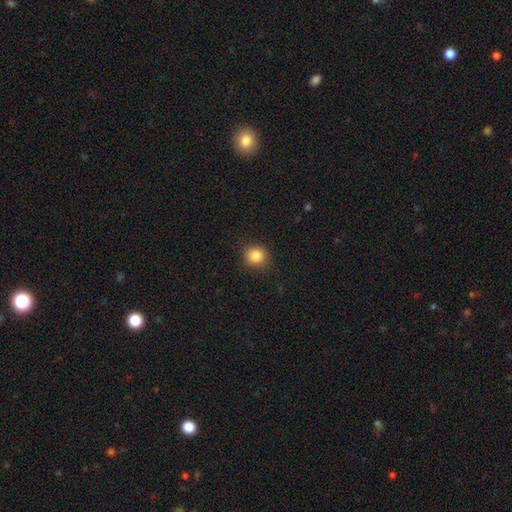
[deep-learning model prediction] Smooth or featured? Predicted: smooth (p=0.85). How rounded? Predicted: round (p=0.86). Merging? Predicted: none (p=0.88).